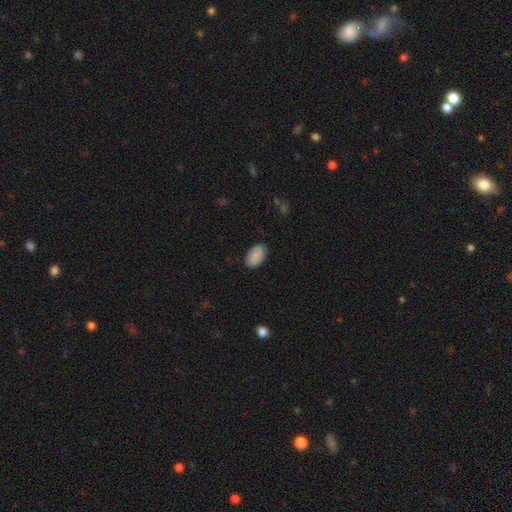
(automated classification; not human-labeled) A smooth galaxy with no disk features (89%) that is in between round and cigar-shaped (93%). Merging: none (84%).